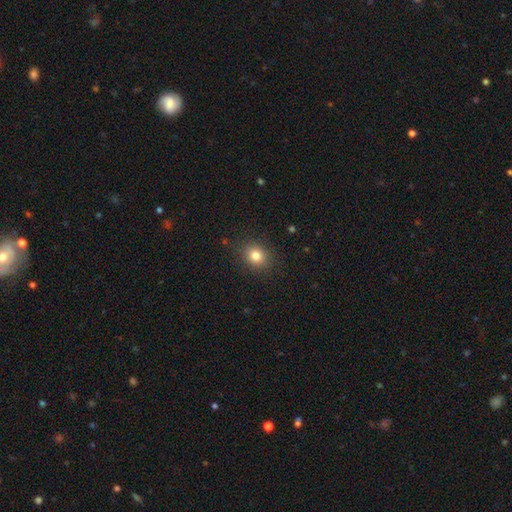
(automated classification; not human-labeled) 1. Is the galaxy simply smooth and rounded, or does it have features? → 81% smooth, 12% star or artifact, 7% featured or disk.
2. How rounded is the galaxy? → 68% round, 32% in between, 1% cigar-shaped.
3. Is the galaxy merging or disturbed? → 88% none, 8% minor disturbance, 3% major disturbance, 1% merger.